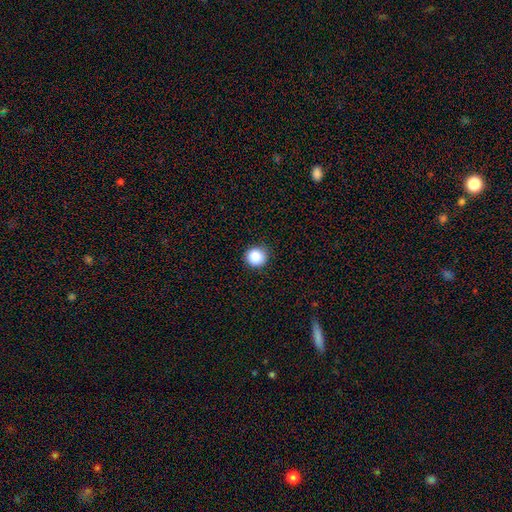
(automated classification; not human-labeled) This appears to be a smooth galaxy with no disk features (87%) that is round (94%). Merging: none (91%).